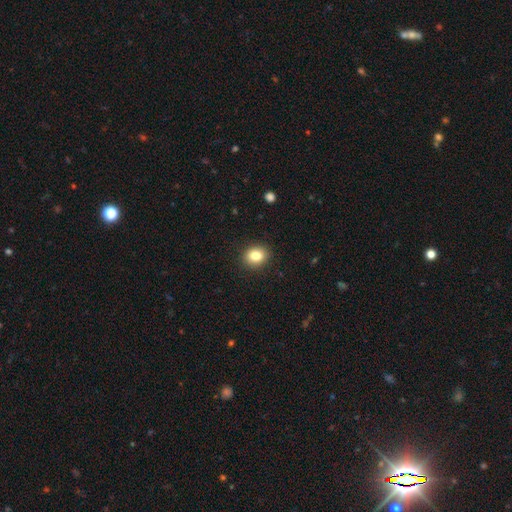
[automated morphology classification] A smooth galaxy with no disk features (82%) that is round (60%). Merging: none (90%).